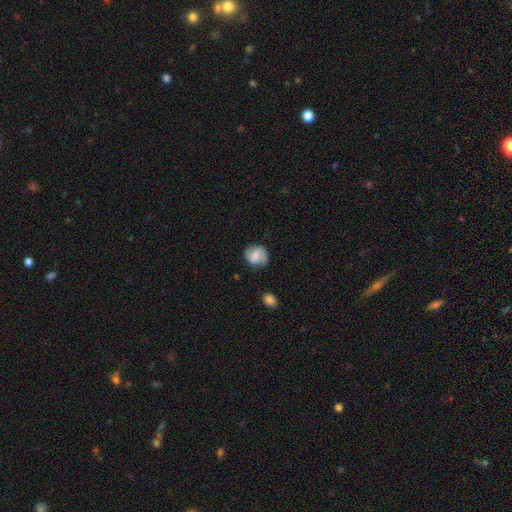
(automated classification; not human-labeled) featured or disk 54%, smooth 39%, star or artifact 7%. Down the decision tree: edge-on disk — no (97%); bar — weak (50%); spiral arms — yes (89%); bulge size — moderate (41%); merging — none (76%).